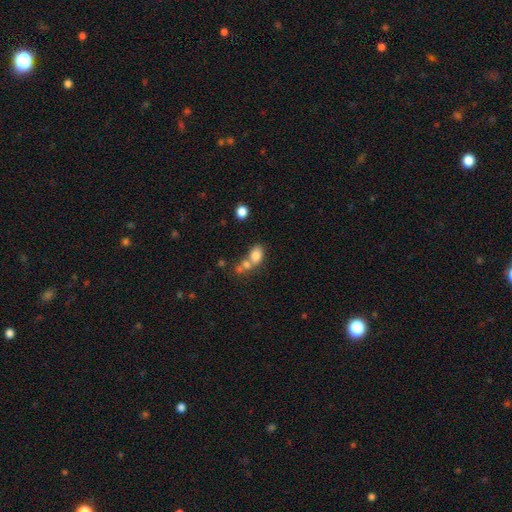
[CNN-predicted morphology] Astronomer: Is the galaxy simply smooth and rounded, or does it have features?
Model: smooth — 76%.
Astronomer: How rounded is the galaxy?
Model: in between — 74%.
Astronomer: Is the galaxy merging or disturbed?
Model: merger — 52% (runner-up: none, 32%).